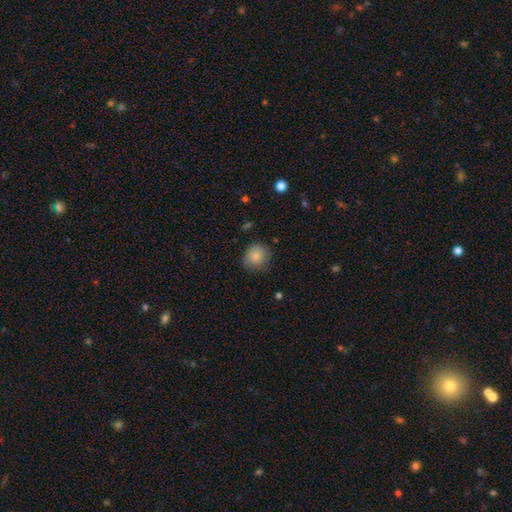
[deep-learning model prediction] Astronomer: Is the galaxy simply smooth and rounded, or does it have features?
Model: smooth — 85%.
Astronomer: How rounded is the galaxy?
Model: round — 84%.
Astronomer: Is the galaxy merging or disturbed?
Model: none — 79%.